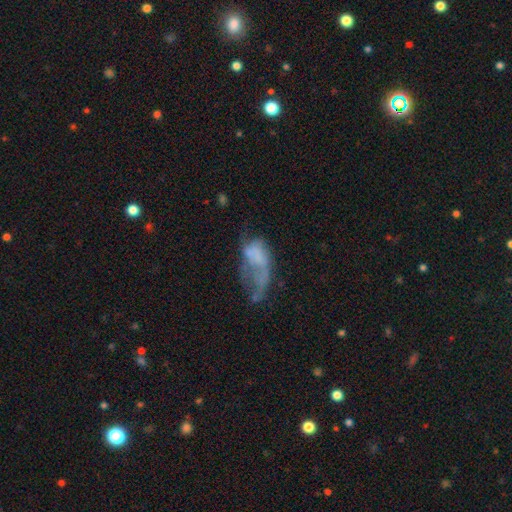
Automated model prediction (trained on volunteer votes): Smooth or featured? featured or disk (46%)
Merging? major disturbance (52%)